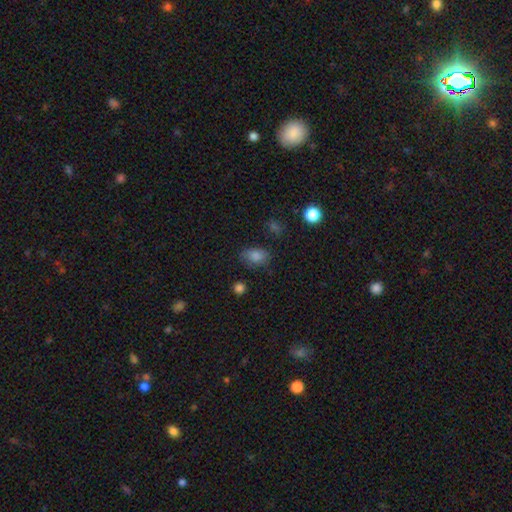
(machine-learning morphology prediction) A smooth galaxy with no disk features (81%) that is in between round and cigar-shaped (79%). Merging: none (74%).